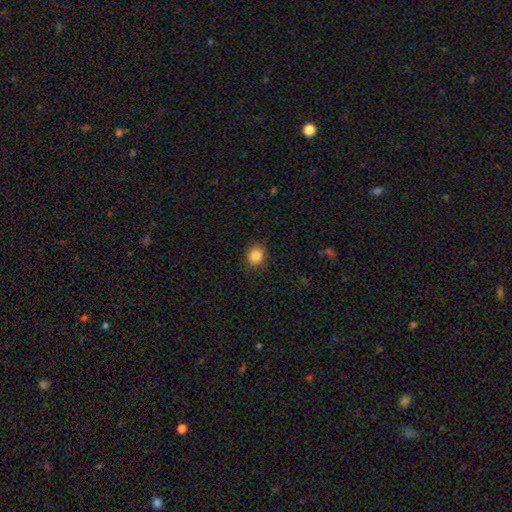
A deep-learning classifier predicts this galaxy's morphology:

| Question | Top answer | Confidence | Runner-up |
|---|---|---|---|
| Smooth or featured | smooth | 85% | star or artifact (10%) |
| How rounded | round | 79% | in between (20%) |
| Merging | none | 88% | minor disturbance (9%) |